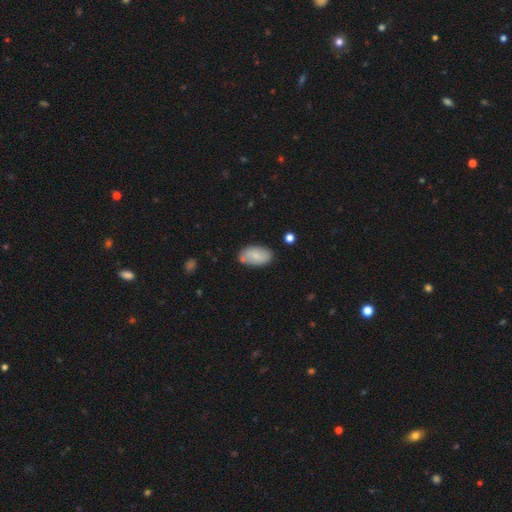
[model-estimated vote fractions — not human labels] A smooth galaxy with no disk features (73%) that is in between round and cigar-shaped (94%). Merging: none (78%).